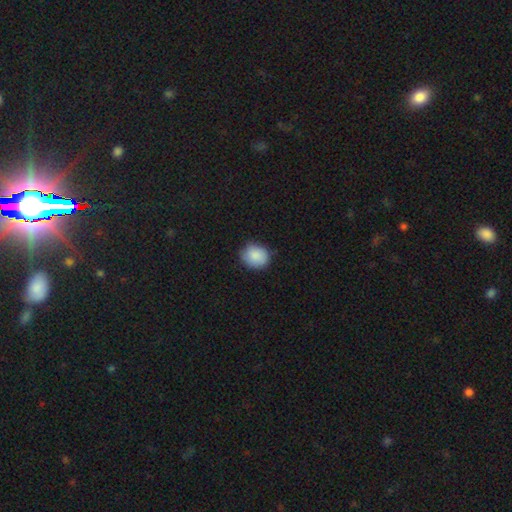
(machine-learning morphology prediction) Overall: smooth (88%). How rounded: round (67%; in between 32%). Merging: none (80%).